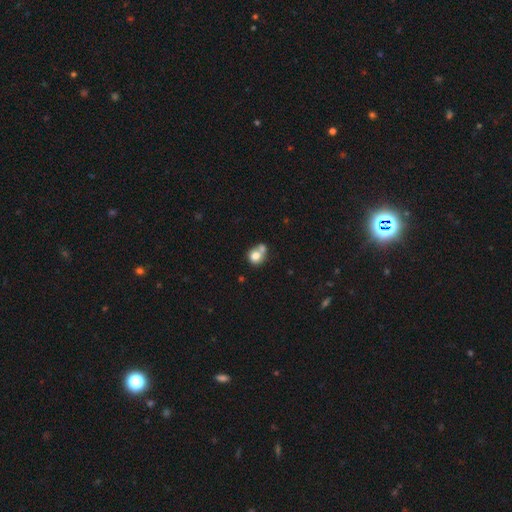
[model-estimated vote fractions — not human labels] This is likely a smooth galaxy (76%). How rounded: likely round (72%). Merging: possibly merger (47%).